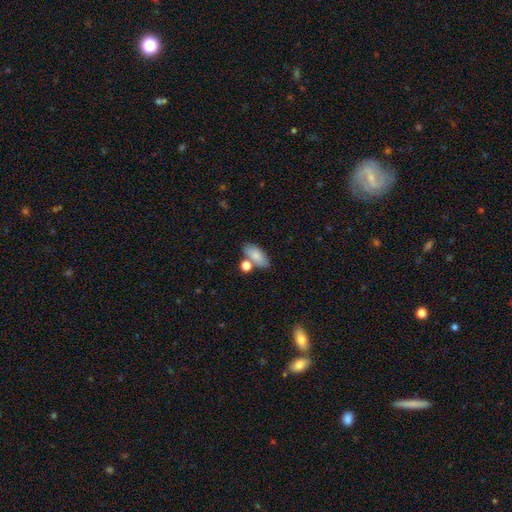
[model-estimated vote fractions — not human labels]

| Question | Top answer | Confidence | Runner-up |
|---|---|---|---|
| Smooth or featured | smooth | 83% | featured or disk (10%) |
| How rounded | in between | 85% | cigar-shaped (10%) |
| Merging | none | 65% | merger (18%) |